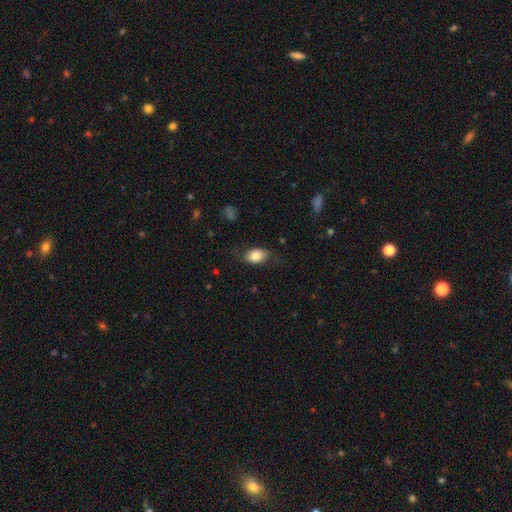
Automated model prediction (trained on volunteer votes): This is clearly a smooth galaxy (80%). How rounded: clearly in between (86%). Merging: likely none (72%).